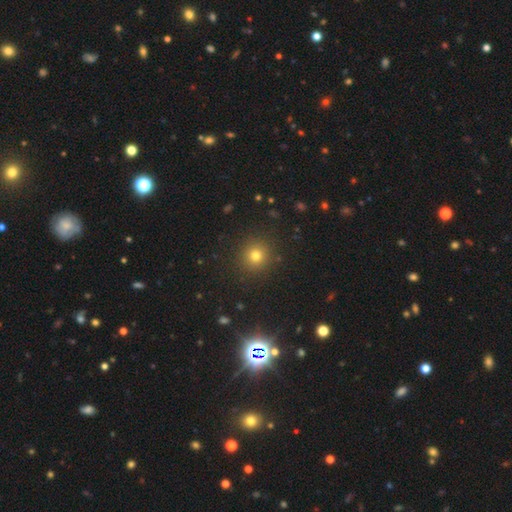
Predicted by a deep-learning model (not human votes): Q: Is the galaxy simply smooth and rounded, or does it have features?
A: smooth — 75%.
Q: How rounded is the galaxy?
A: round — 93%.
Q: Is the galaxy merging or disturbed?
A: none — 91%.